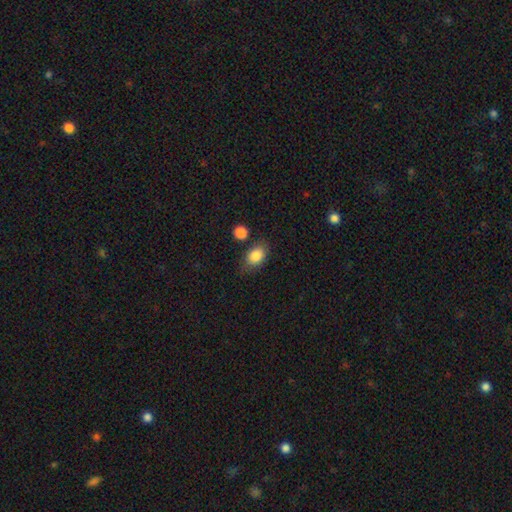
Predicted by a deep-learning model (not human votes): Morphology: type=smooth (85%); roundness=in between (77%); merging=none (70%).